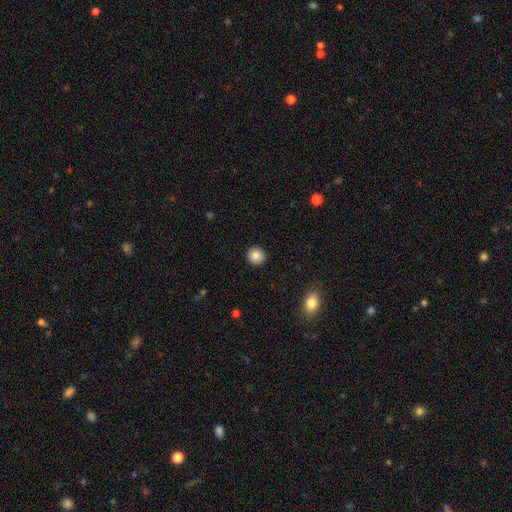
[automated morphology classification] This is clearly a smooth galaxy (86%). How rounded: clearly round (94%). Merging: clearly none (93%).